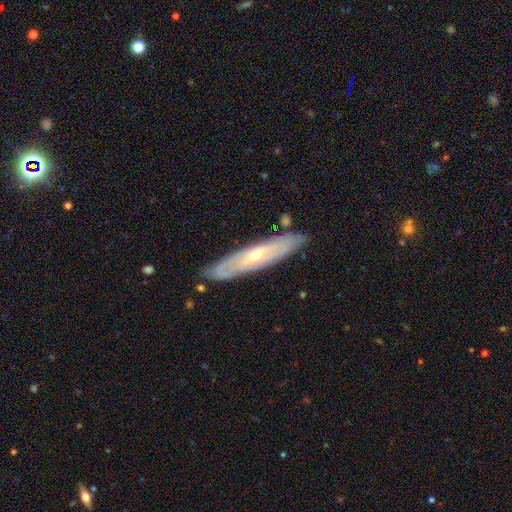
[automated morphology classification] smooth_or_featured: featured or disk (p=0.69) [alt: smooth p=0.25]
disk_edge_on: yes (p=0.53) [alt: no p=0.47]
merging: none (p=0.85) [alt: minor disturbance p=0.11]